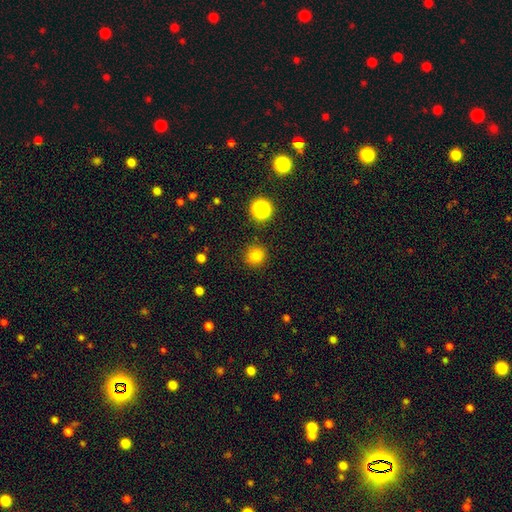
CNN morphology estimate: type=smooth (81%); roundness=round (92%); merging=none (89%).